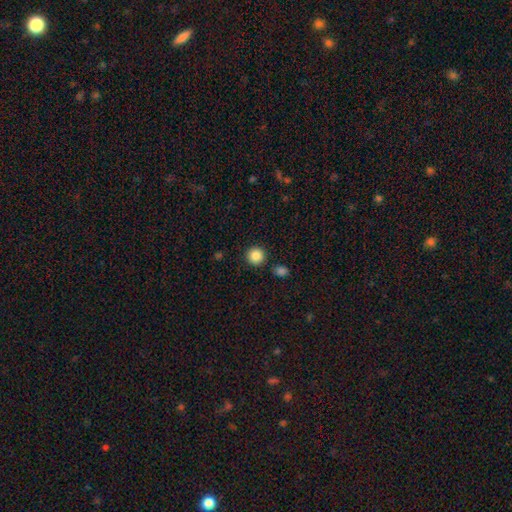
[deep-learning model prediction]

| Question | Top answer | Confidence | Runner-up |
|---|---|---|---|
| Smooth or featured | smooth | 87% | star or artifact (10%) |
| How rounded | round | 94% | in between (5%) |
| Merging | none | 89% | minor disturbance (6%) |